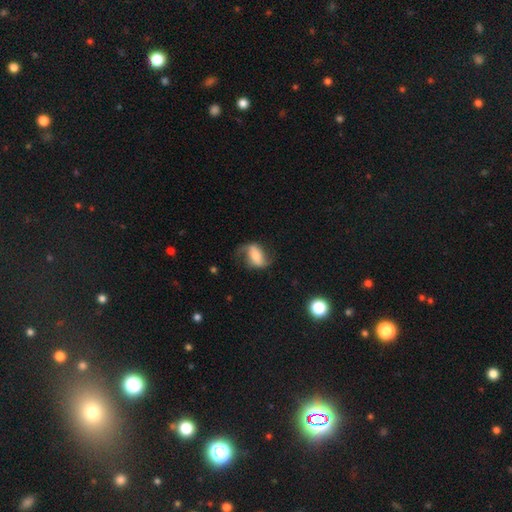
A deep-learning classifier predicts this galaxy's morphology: A featured or disk galaxy (64%) with a strong bar (44%), 2 (86%) loose (68%) spiral arms (88%) and a small central bulge (36%). Merging: none (61%).